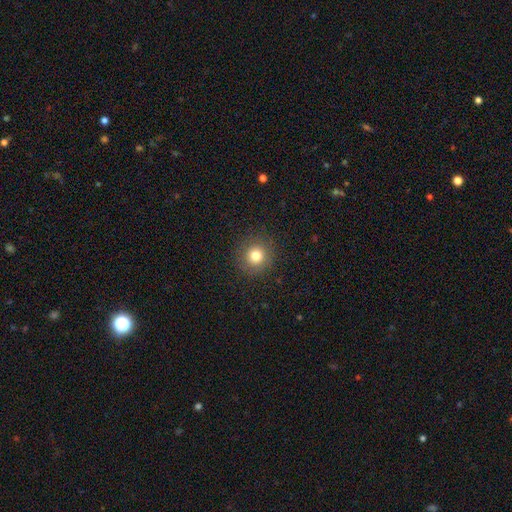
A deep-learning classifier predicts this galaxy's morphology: smooth-or-featured: smooth: 79% | star or artifact: 13% | featured or disk: 8%
  how-rounded: round: 93% | in between: 6% | cigar-shaped: 1%
  merging: none: 90% | minor disturbance: 7% | major disturbance: 3% | merger: 1%